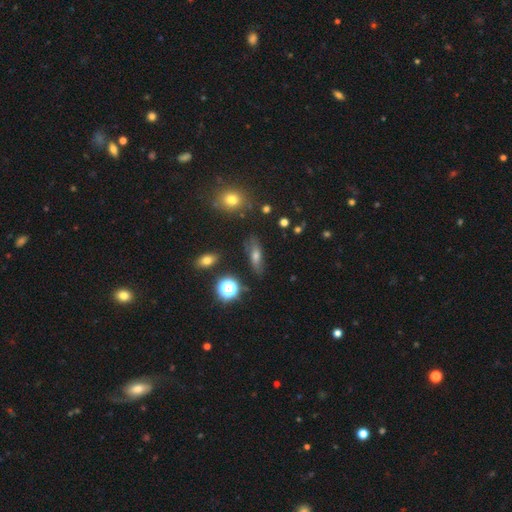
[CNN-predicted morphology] Smooth or featured? smooth (50%)
How rounded? in between (54%)
Merging? none (78%)